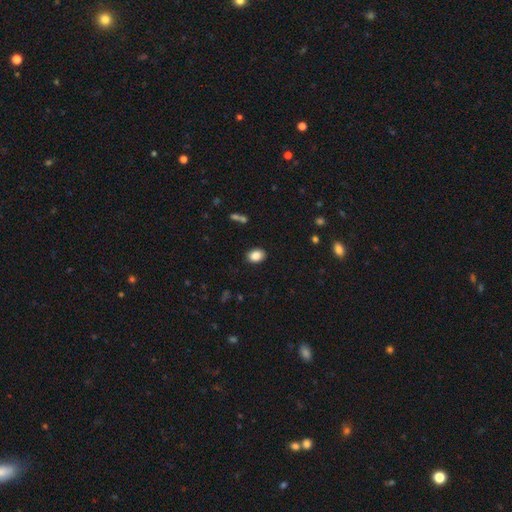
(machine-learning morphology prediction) This is clearly a smooth galaxy (87%). How rounded: likely in between (73%). Merging: clearly none (88%).